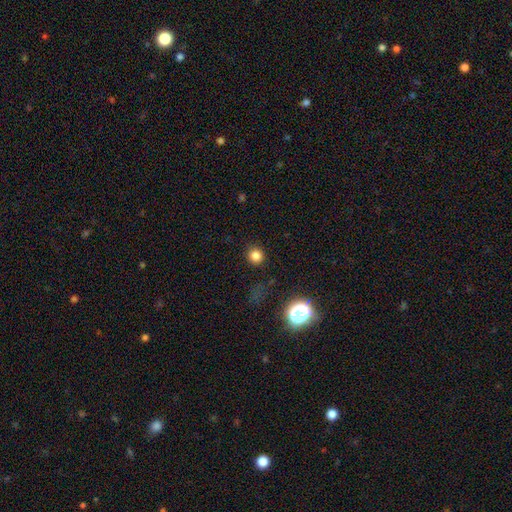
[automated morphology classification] type=smooth (81%); roundness=round (92%); merging=none (90%).